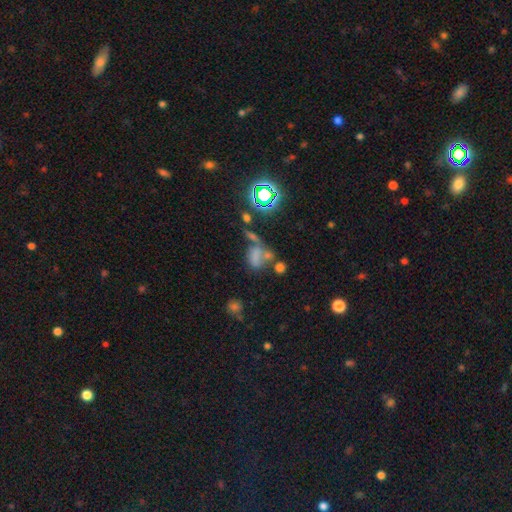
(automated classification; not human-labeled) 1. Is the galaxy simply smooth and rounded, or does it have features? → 51% smooth, 27% star or artifact, 22% featured or disk.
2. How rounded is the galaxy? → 71% in between, 24% round, 4% cigar-shaped.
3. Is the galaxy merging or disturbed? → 43% merger, 23% none, 19% major disturbance, 14% minor disturbance.